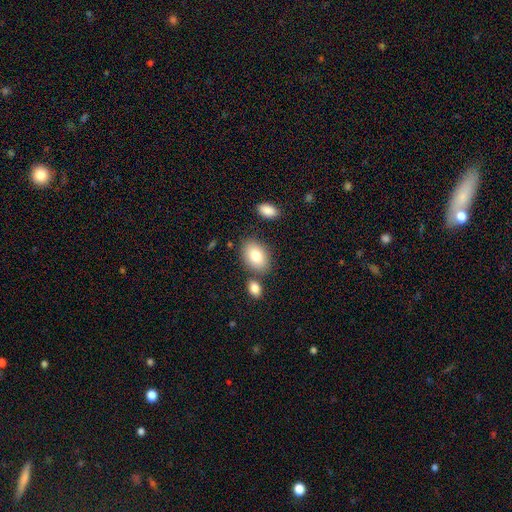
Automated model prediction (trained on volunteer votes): smooth_or_featured: smooth (p=0.82) [alt: featured or disk p=0.11]
how_rounded: in between (p=0.85) [alt: round p=0.13]
merging: none (p=0.74) [alt: minor disturbance p=0.12]